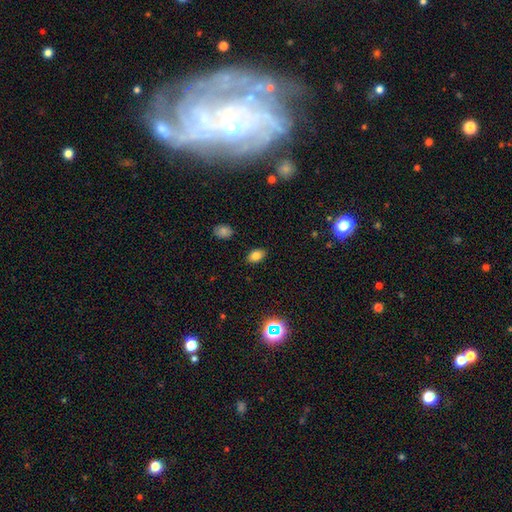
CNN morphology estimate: Smooth or featured? Predicted: smooth (p=0.80). How rounded? Predicted: in between (p=0.88). Merging? Predicted: none (p=0.88).